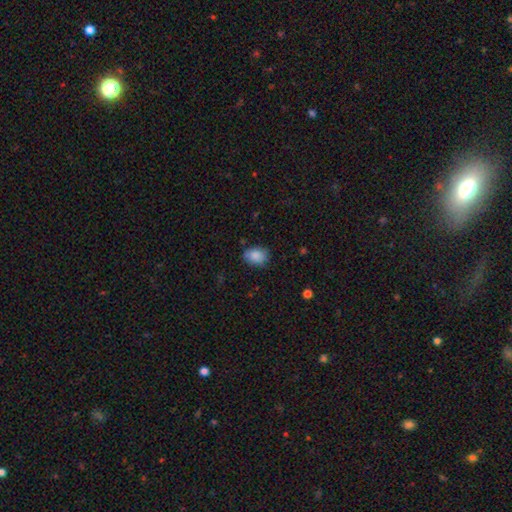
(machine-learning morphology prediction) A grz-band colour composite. It shows a smooth galaxy with no disk features (85%) that is in between round and cigar-shaped (72%). Merging: none (74%).